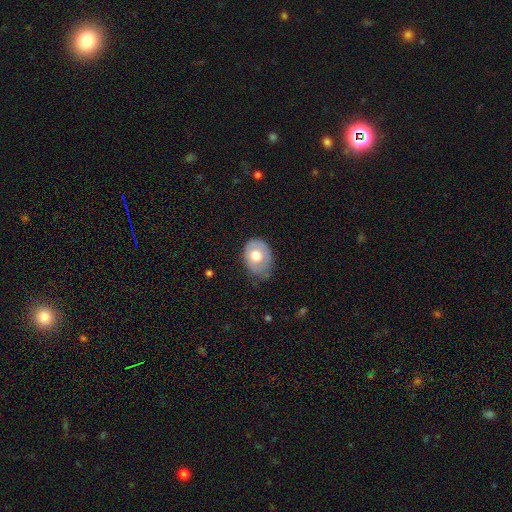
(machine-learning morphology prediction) A smooth galaxy with no disk features (60%) that is in between round and cigar-shaped (67%).

Vote fractions:
- Smooth or featured? smooth: 60% / featured or disk: 34% / star or artifact: 7%
- How rounded? in between: 67% / round: 32% / cigar-shaped: 1%
- Merging? none: 55% / minor disturbance: 33% / major disturbance: 10% / merger: 1%